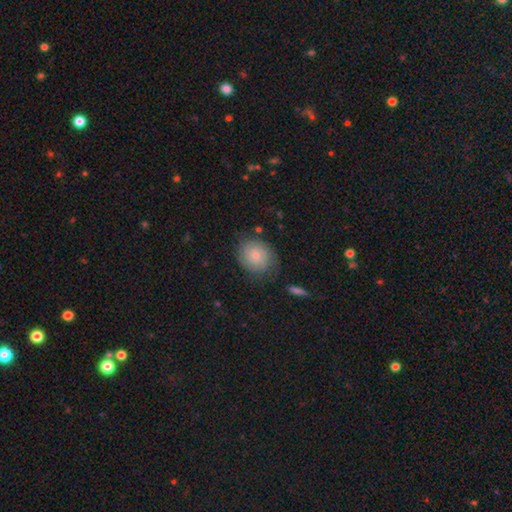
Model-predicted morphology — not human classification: Q: Smooth or featured?
A: featured or disk (50%); runner-up: smooth (41%)
Q: Merging?
A: none (73%); runner-up: minor disturbance (18%)